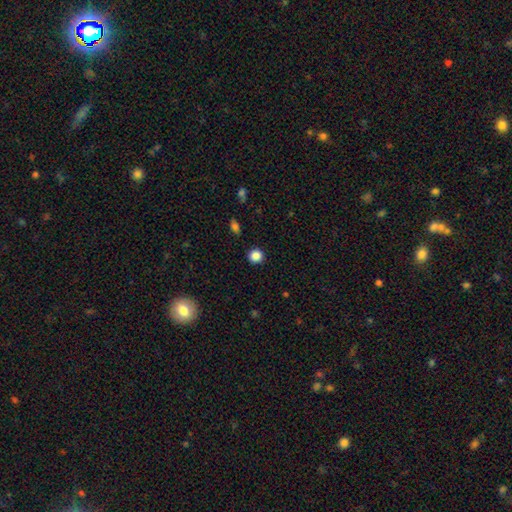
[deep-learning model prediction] Smooth or featured: smooth — 86% (star or artifact — 11%)
How rounded: round — 92% (in between — 7%)
Merging: none — 91% (minor disturbance — 6%)